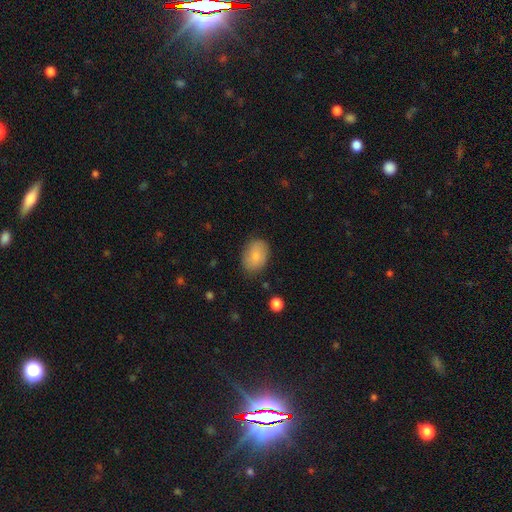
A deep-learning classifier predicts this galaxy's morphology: The model was most divided on "how rounded": in between: 76%, round: 23%, cigar-shaped: 1%. More confident: smooth or featured — smooth (81%); merging — none (81%).